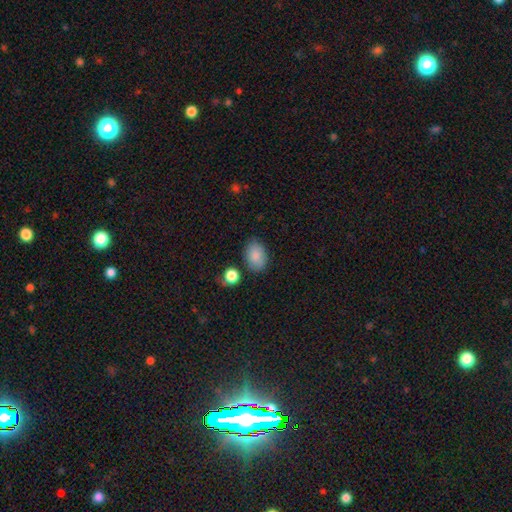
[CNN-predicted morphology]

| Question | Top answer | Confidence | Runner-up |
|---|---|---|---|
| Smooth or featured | smooth | 87% | star or artifact (7%) |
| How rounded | in between | 84% | round (15%) |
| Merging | none | 78% | minor disturbance (14%) |